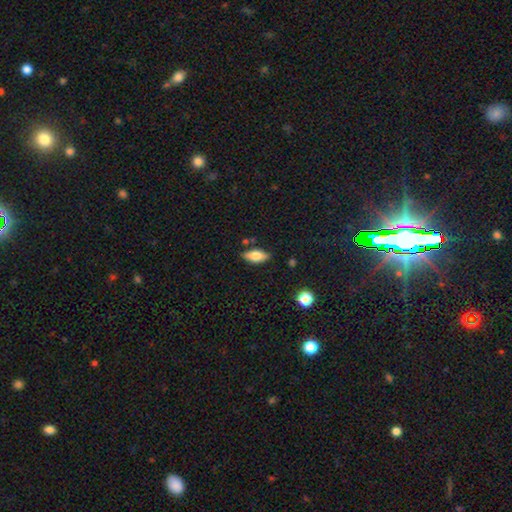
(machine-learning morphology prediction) A smooth galaxy with no disk features (72%) that is in between round and cigar-shaped (83%). Merging: none (81%).